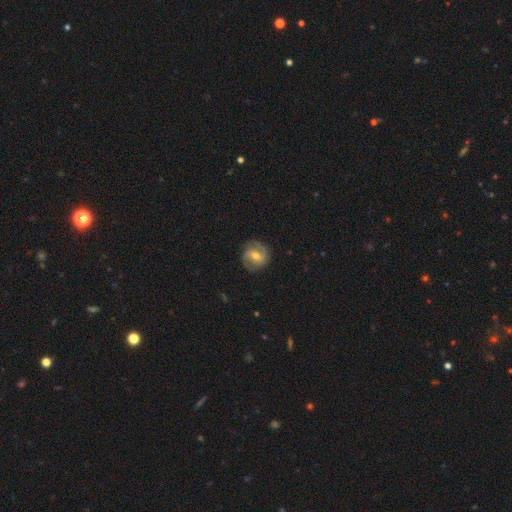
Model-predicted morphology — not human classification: type=featured or disk (70%); edge-on=no (97%); bar=weak (50%); spiral arms=yes (89%); winding=medium (43%); arm count=2 (70%); bulge=moderate (65%); merging=none (82%).